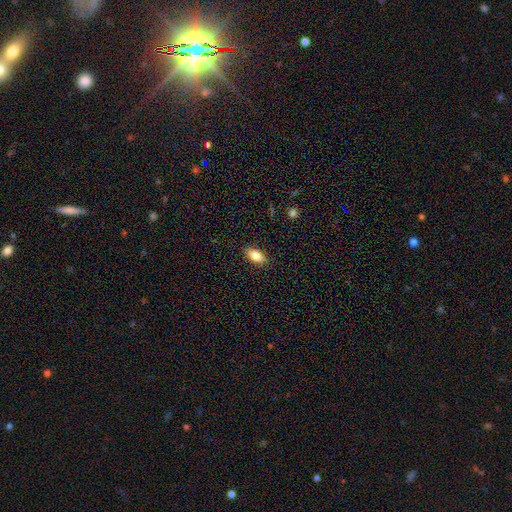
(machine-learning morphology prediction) type=smooth (86%); roundness=in between (90%); merging=none (88%).